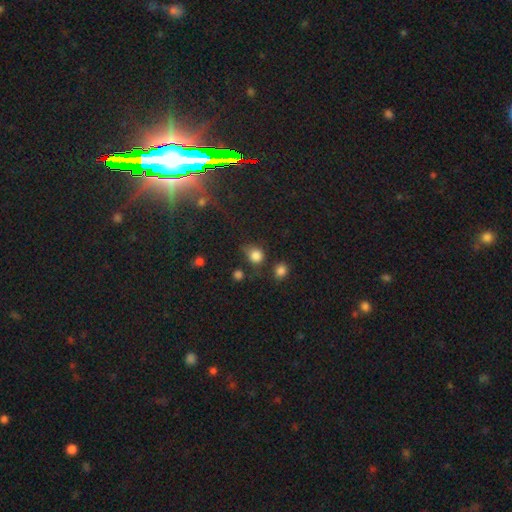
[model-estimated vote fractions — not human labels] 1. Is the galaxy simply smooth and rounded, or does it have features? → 82% smooth, 13% star or artifact, 5% featured or disk.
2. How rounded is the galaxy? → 79% round, 20% in between, 1% cigar-shaped.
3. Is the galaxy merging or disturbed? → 60% none, 22% minor disturbance, 10% merger, 9% major disturbance.